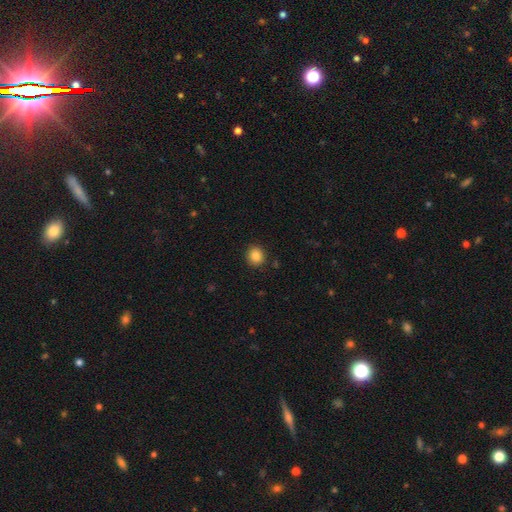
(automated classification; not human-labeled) Smooth or featured? Predicted: smooth (p=0.85). How rounded? Predicted: round (p=0.86). Merging? Predicted: none (p=0.91).